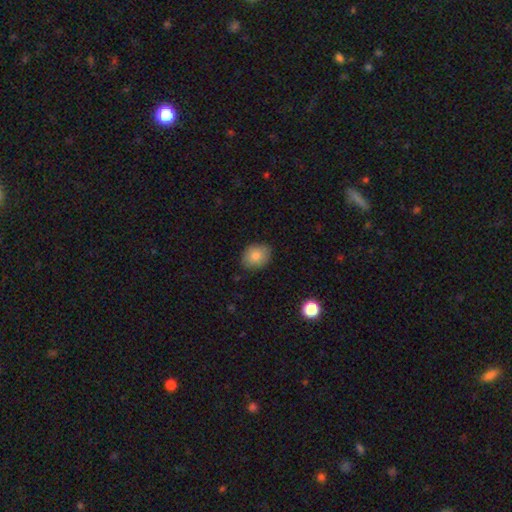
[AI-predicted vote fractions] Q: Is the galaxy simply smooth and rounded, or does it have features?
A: smooth — 84%.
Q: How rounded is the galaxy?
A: in between — 55%.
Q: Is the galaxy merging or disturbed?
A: none — 83%.